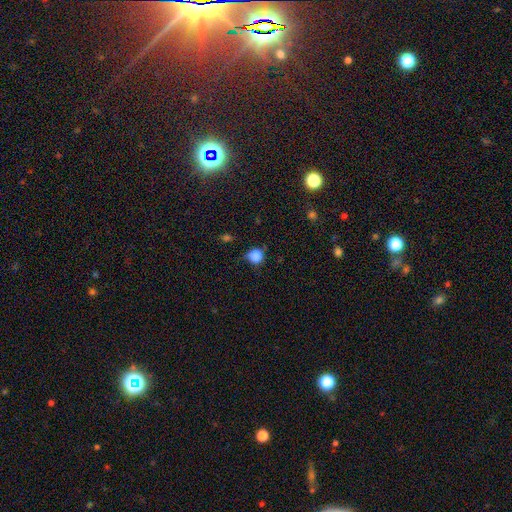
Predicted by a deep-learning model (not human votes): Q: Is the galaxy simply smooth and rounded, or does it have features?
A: smooth — 85%.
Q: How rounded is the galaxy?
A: round — 88%.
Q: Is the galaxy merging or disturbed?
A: none — 62%.